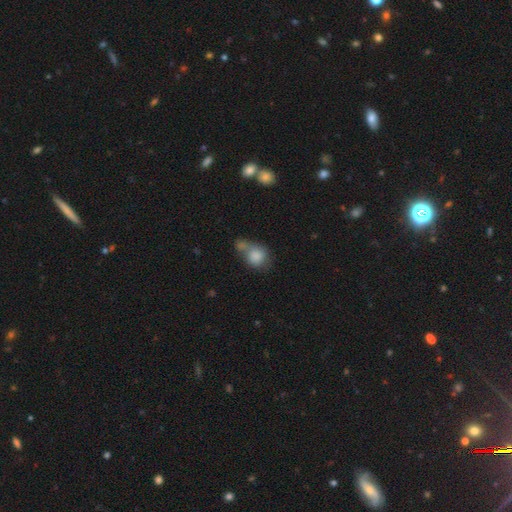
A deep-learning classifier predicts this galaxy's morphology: Smooth or featured? Predicted: smooth (p=0.80). How rounded? Predicted: round (p=0.61). Merging? Predicted: merger (p=0.46).